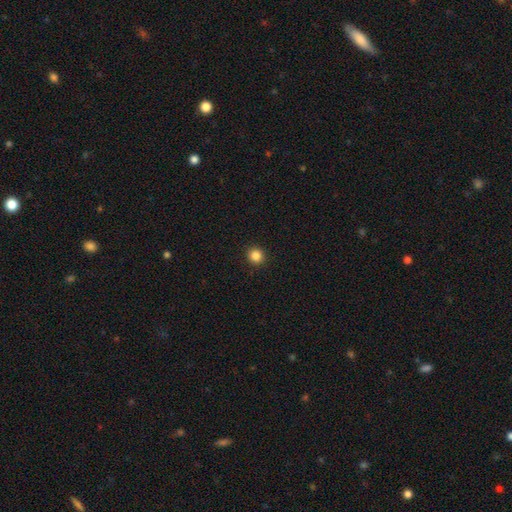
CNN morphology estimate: Smooth or featured: smooth — 85% (star or artifact — 12%)
How rounded: round — 93% (in between — 6%)
Merging: none — 93% (minor disturbance — 4%)